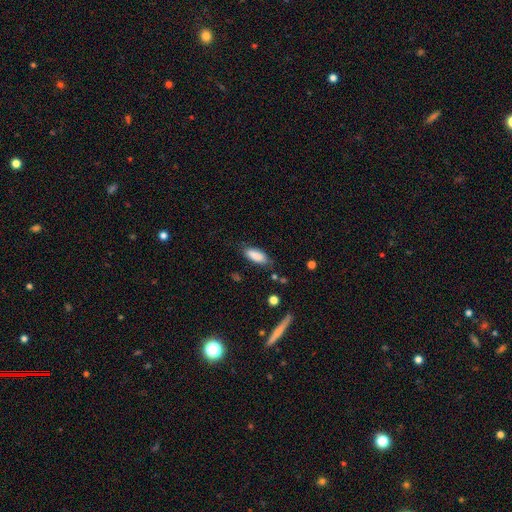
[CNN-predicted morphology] Q: Smooth or featured?
A: smooth (86%); runner-up: featured or disk (7%)
Q: How rounded?
A: in between (73%); runner-up: cigar-shaped (25%)
Q: Merging?
A: none (75%); runner-up: minor disturbance (18%)